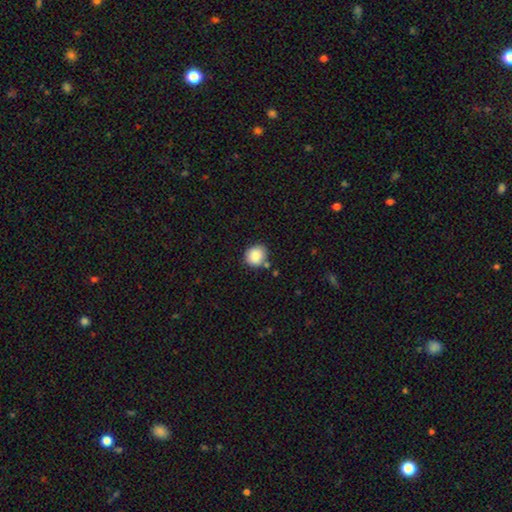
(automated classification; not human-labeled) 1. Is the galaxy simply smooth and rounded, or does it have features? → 85% smooth, 9% star or artifact, 6% featured or disk.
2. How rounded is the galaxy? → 82% round, 17% in between, 1% cigar-shaped.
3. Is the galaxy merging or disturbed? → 75% none, 13% minor disturbance, 8% merger, 3% major disturbance.